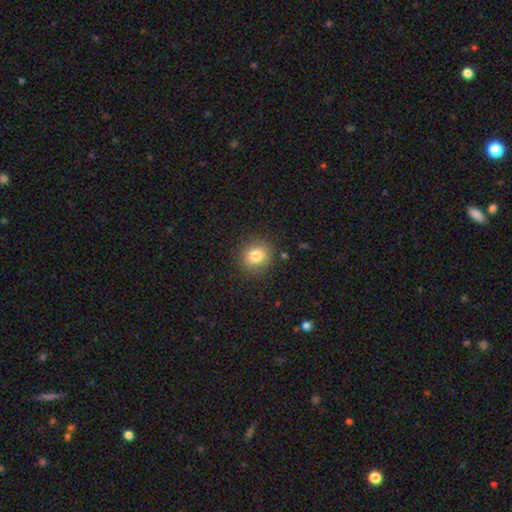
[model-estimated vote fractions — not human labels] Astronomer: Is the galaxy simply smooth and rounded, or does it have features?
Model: smooth — 81%.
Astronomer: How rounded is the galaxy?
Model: round — 79%.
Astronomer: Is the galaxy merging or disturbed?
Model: none — 87%.